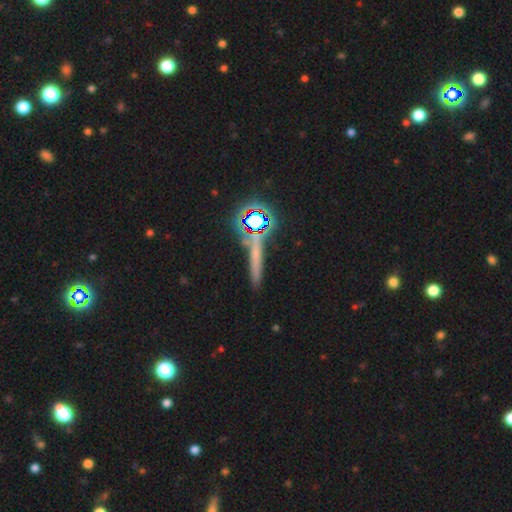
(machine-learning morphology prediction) Overall: smooth (49%; star or artifact 30%). Merging: none (77%).